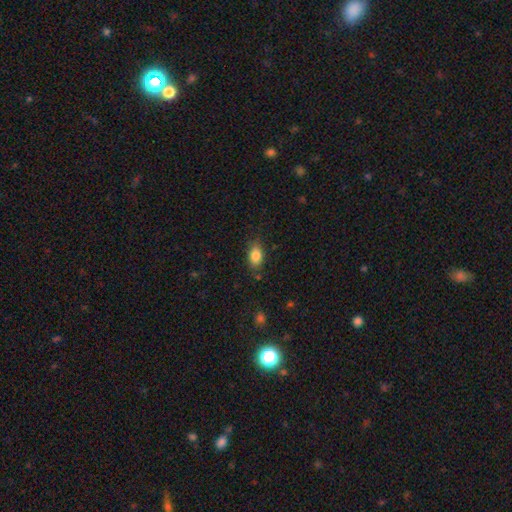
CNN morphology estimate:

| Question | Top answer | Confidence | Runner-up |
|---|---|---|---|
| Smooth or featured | smooth | 84% | star or artifact (8%) |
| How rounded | in between | 87% | round (10%) |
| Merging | none | 78% | minor disturbance (16%) |